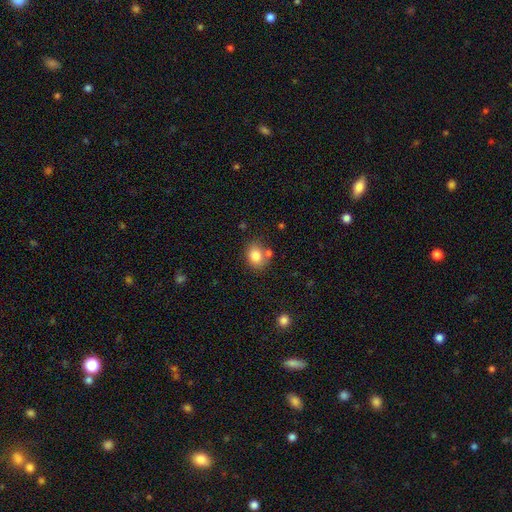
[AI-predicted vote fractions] smooth-or-featured: smooth: 82% | star or artifact: 9% | featured or disk: 9%
  how-rounded: in between: 55% | round: 44% | cigar-shaped: 1%
  merging: none: 66% | merger: 15% | minor disturbance: 15% | major disturbance: 4%